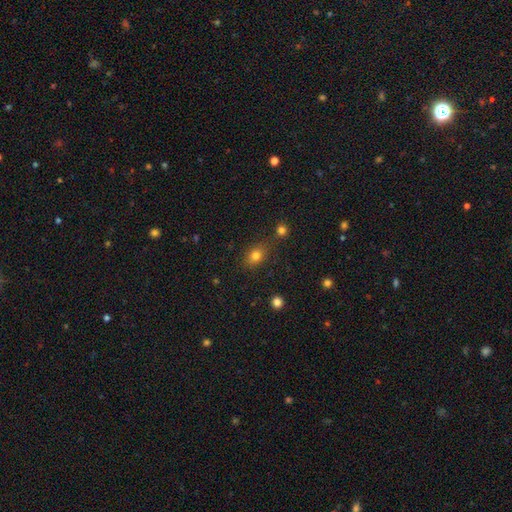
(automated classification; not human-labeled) Morphology: type=smooth (79%); roundness=in between (60%); merging=none (76%).